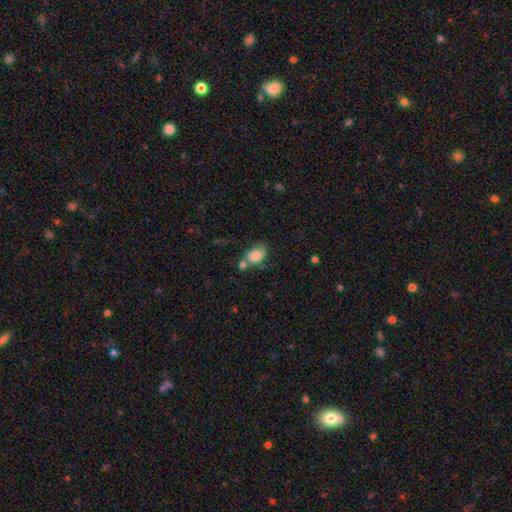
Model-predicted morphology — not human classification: Smooth or featured?
  - smooth: 76% *
  - featured or disk: 15%
  - star or artifact: 9%
How rounded?
  - in between: 74% *
  - round: 25%
  - cigar-shaped: 1%
Merging?
  - none: 37% *
  - merger: 30%
  - minor disturbance: 22%
  - major disturbance: 11%